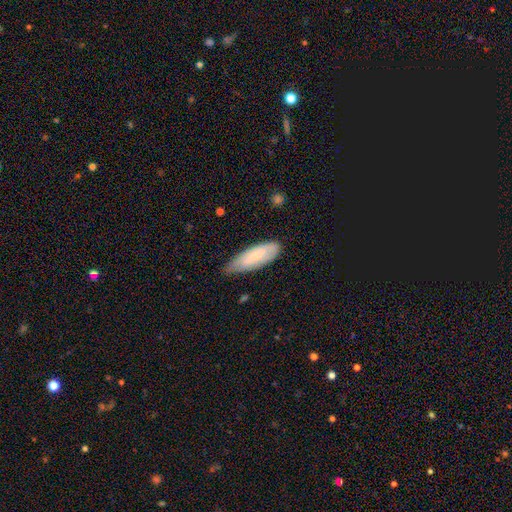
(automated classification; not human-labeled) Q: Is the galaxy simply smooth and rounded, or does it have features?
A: smooth — 72%.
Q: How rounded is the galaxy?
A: in between — 64%.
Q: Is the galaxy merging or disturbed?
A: none — 57%.